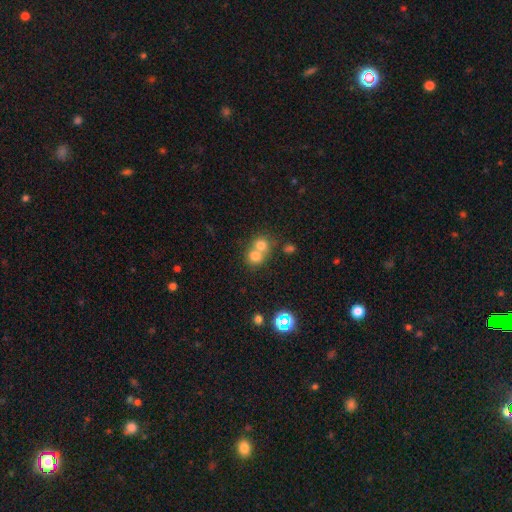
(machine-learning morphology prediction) smooth-or-featured: smooth: 73% | star or artifact: 14% | featured or disk: 13%
  how-rounded: round: 78% | in between: 21% | cigar-shaped: 1%
  merging: merger: 61% | none: 32% | minor disturbance: 5% | major disturbance: 2%